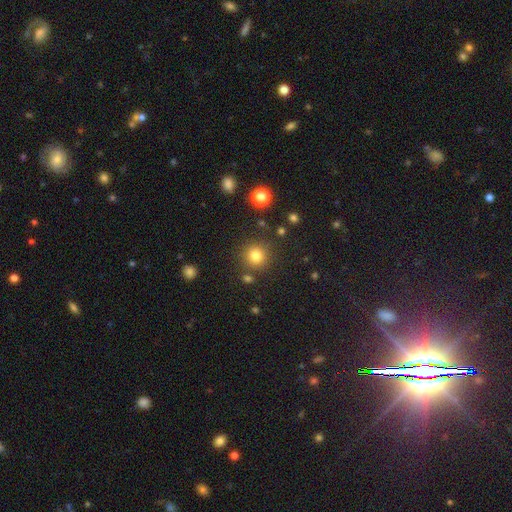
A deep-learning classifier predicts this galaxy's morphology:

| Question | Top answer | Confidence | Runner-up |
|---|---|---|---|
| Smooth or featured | smooth | 82% | star or artifact (13%) |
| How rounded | round | 93% | in between (6%) |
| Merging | none | 85% | minor disturbance (7%) |